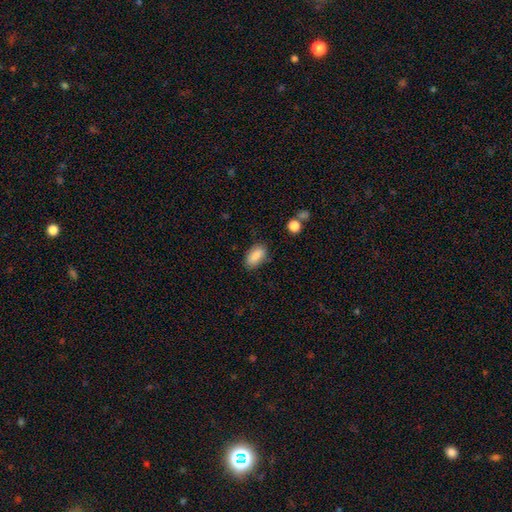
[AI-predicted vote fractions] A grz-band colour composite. It shows a smooth galaxy with no disk features (86%) that is in between round and cigar-shaped (90%). Merging: none (79%).